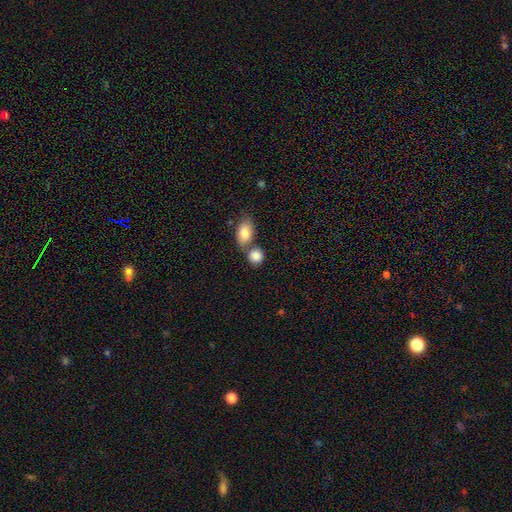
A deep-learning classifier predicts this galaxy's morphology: smooth 85%, star or artifact 8%, featured or disk 7%. Down the decision tree: how rounded — round (65%); merging — none (50%).